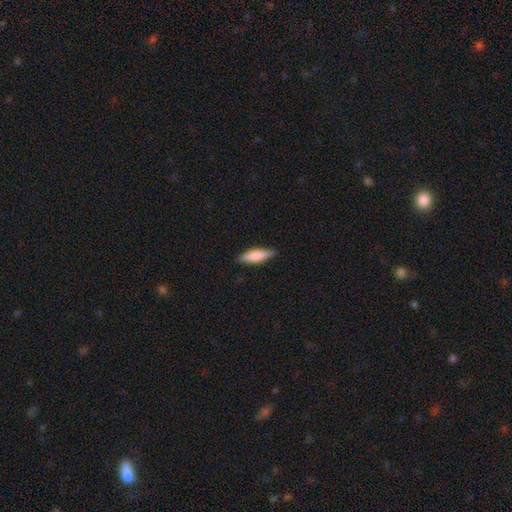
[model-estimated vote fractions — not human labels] Morphology: type=smooth (76%); roundness=cigar-shaped (61%); merging=none (85%).